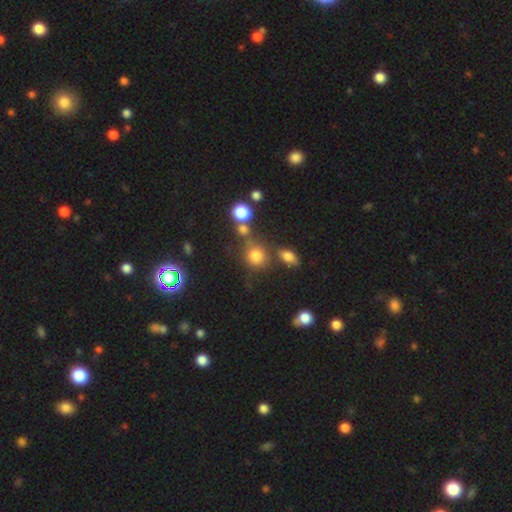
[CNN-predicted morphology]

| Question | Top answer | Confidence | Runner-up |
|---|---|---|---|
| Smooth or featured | smooth | 76% | star or artifact (16%) |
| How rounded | round | 79% | in between (19%) |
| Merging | none | 58% | merger (22%) |